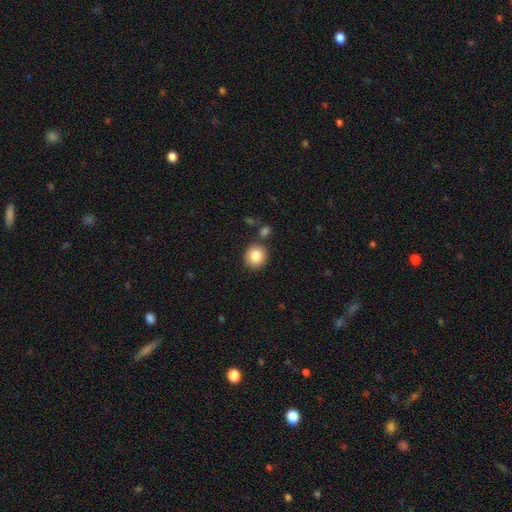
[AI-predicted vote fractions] smooth-or-featured: smooth: 83% | star or artifact: 9% | featured or disk: 8%
  how-rounded: round: 88% | in between: 11% | cigar-shaped: 1%
  merging: none: 84% | minor disturbance: 8% | merger: 6% | major disturbance: 2%